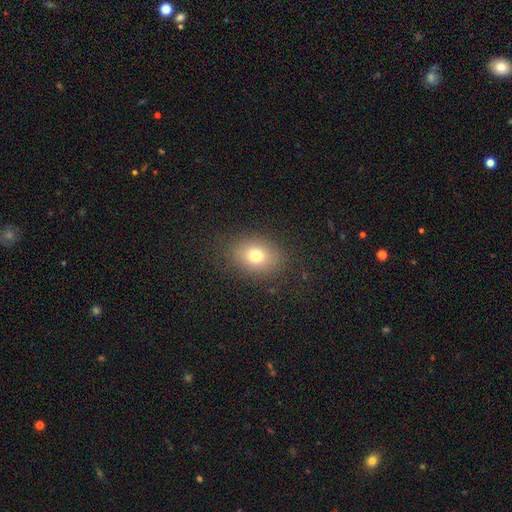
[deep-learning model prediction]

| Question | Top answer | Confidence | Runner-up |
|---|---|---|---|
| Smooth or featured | smooth | 75% | star or artifact (13%) |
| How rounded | in between | 57% | round (42%) |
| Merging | none | 83% | minor disturbance (11%) |